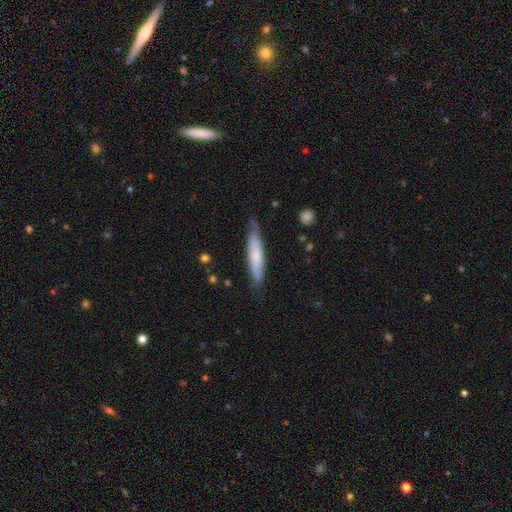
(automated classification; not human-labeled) Smooth or featured?
  - smooth: 59% *
  - featured or disk: 35%
  - star or artifact: 6%
How rounded?
  - cigar-shaped: 87% *
  - in between: 11%
  - round: 1%
Merging?
  - none: 78% *
  - minor disturbance: 18%
  - major disturbance: 3%
  - merger: 2%